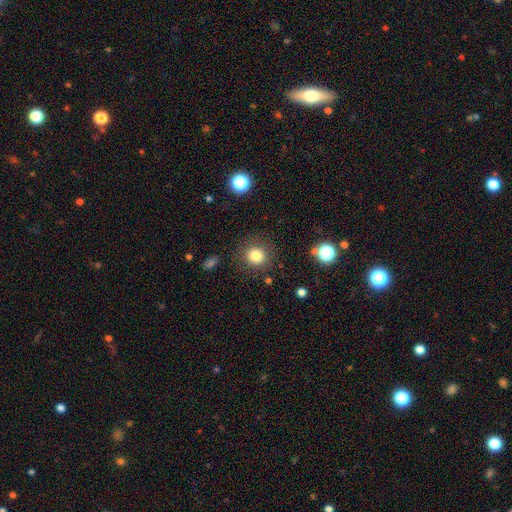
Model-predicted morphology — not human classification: type=smooth (81%); roundness=round (90%); merging=none (87%).